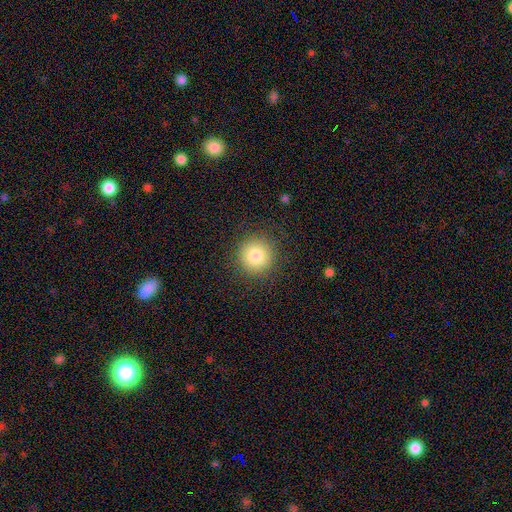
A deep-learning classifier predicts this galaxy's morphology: smooth 82%, star or artifact 11%, featured or disk 8%. Down the decision tree: how rounded — round (94%); merging — none (89%).